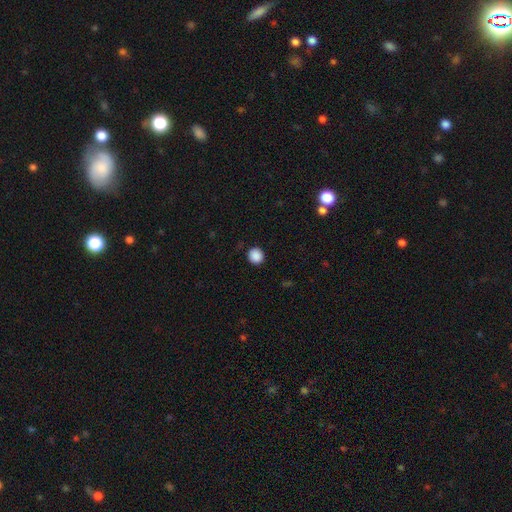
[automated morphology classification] smooth-or-featured: smooth: 89% | star or artifact: 9% | featured or disk: 2%
  how-rounded: round: 92% | in between: 7% | cigar-shaped: 1%
  merging: none: 91% | minor disturbance: 6% | major disturbance: 2% | merger: 1%